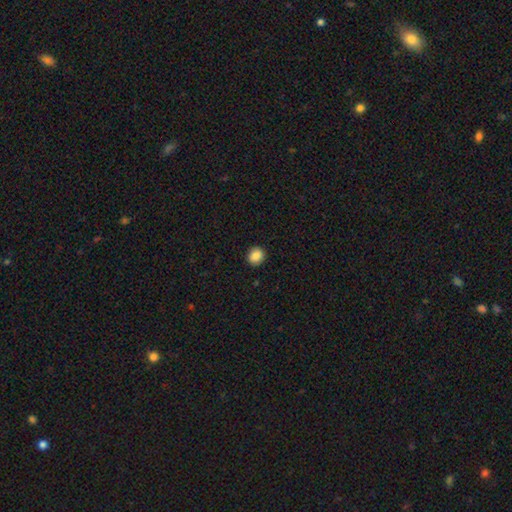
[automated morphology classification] This is clearly a smooth galaxy (87%). How rounded: likely round (77%). Merging: clearly none (91%).